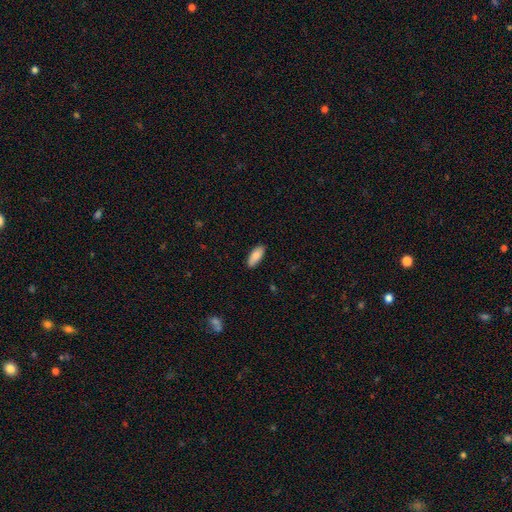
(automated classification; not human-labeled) smooth-or-featured: smooth: 86% | featured or disk: 8% | star or artifact: 6%
  how-rounded: in between: 80% | cigar-shaped: 18% | round: 2%
  merging: none: 88% | minor disturbance: 9% | major disturbance: 2% | merger: 1%